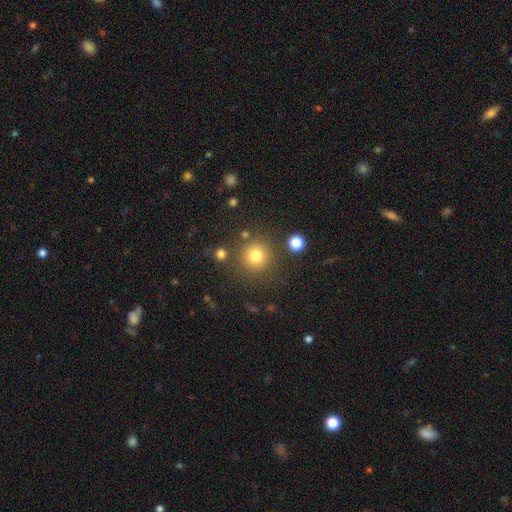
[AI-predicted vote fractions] Smooth or featured?
  - smooth: 80% *
  - star or artifact: 13%
  - featured or disk: 7%
How rounded?
  - round: 94% *
  - in between: 5%
  - cigar-shaped: 1%
Merging?
  - none: 83% *
  - minor disturbance: 8%
  - merger: 5%
  - major disturbance: 4%